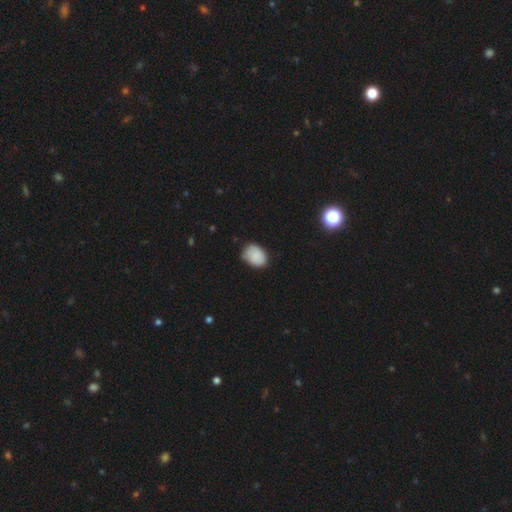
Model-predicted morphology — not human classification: Overall: smooth (85%). How rounded: in between (75%). Merging: none (68%).